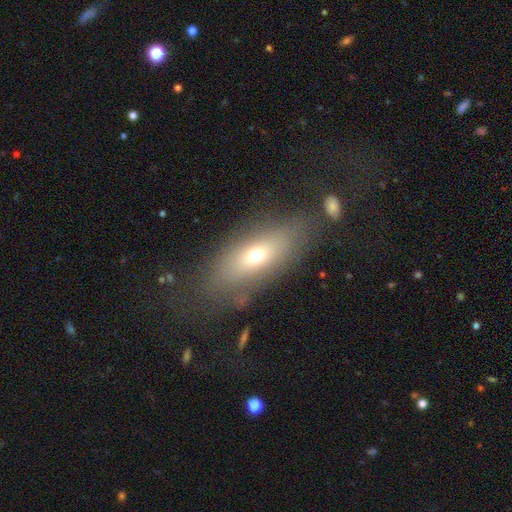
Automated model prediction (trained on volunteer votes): Smooth or featured: smooth — 61% (featured or disk — 26%)
How rounded: in between — 66% (cigar-shaped — 24%)
Merging: none — 70% (minor disturbance — 15%)